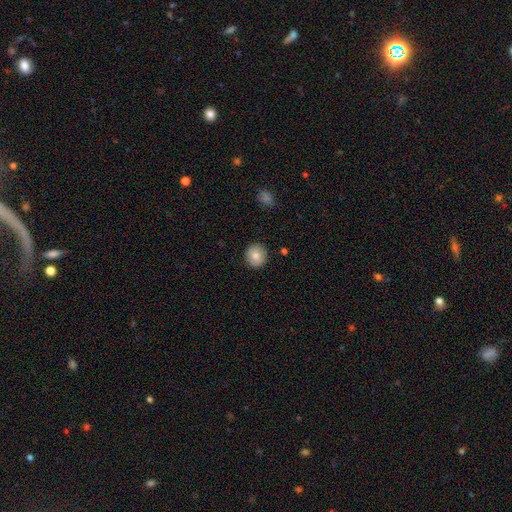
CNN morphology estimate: This appears to be a smooth galaxy with no disk features (81%) that is round (90%). Merging: none (91%).